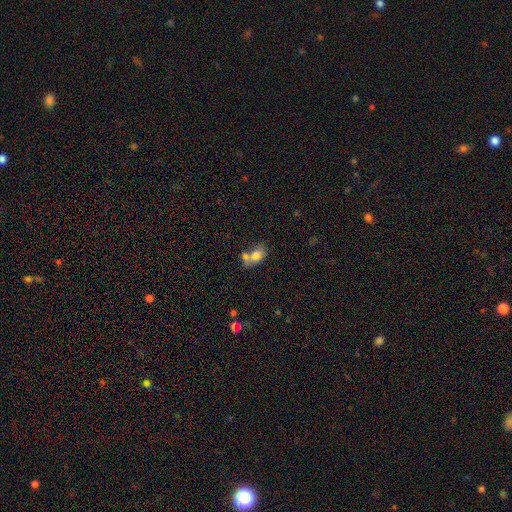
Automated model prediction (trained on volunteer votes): The model was most divided on "merging": merger: 39%, none: 34%, minor disturbance: 17%, major disturbance: 11%. More confident: how rounded — in between (81%); smooth or featured — smooth (62%).